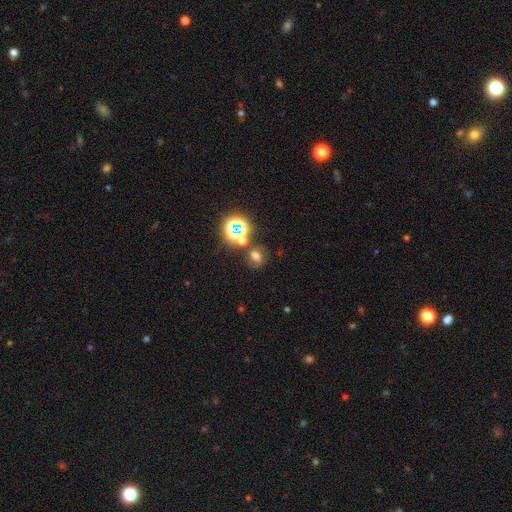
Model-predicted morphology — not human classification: smooth 46%, star or artifact 32%, featured or disk 22%. Down the decision tree: merging — none (61%).